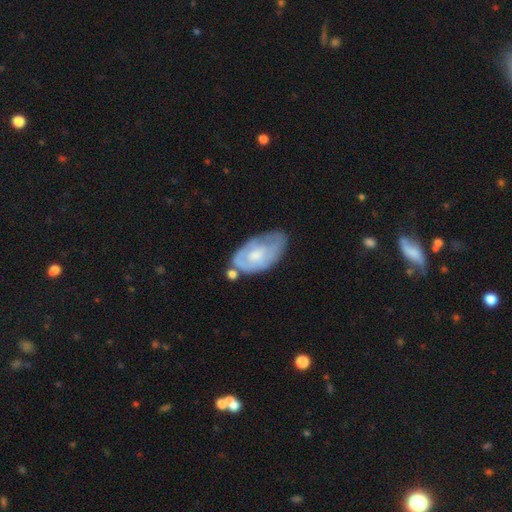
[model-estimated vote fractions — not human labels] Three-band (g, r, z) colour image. It shows a featured or disk galaxy (52%). Merging: none (44%).